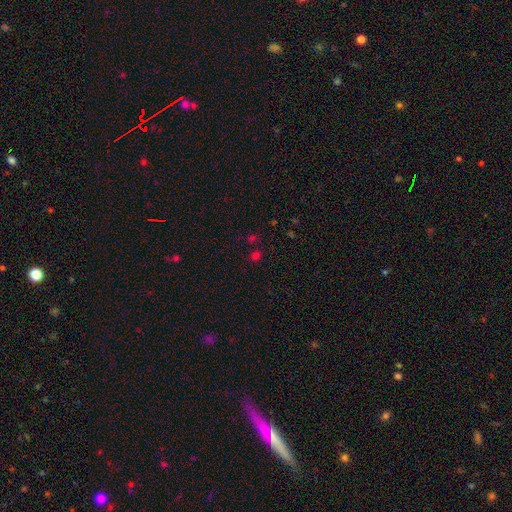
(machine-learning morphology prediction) A smooth galaxy with no disk features (58%) that is round (68%).

Vote fractions:
- Smooth or featured? smooth: 58% / star or artifact: 37% / featured or disk: 5%
- How rounded? round: 68% / in between: 30% / cigar-shaped: 1%
- Merging? none: 75% / minor disturbance: 11% / merger: 9% / major disturbance: 5%